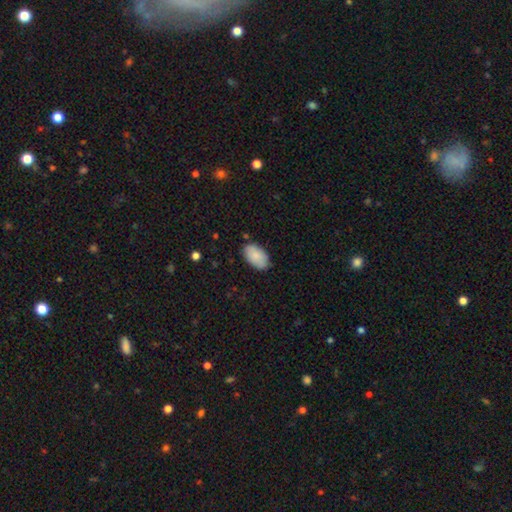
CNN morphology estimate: The model was most divided on "merging": none: 82%, minor disturbance: 14%, major disturbance: 2%, merger: 1%. More confident: how rounded — in between (94%); smooth or featured — smooth (86%).